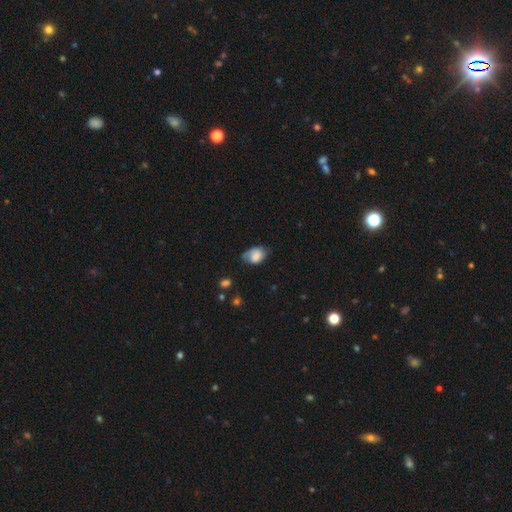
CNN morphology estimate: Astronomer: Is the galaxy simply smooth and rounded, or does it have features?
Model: smooth — 72%.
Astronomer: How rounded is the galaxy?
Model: in between — 78%.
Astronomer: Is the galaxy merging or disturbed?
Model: none — 44% (runner-up: minor disturbance, 39%).